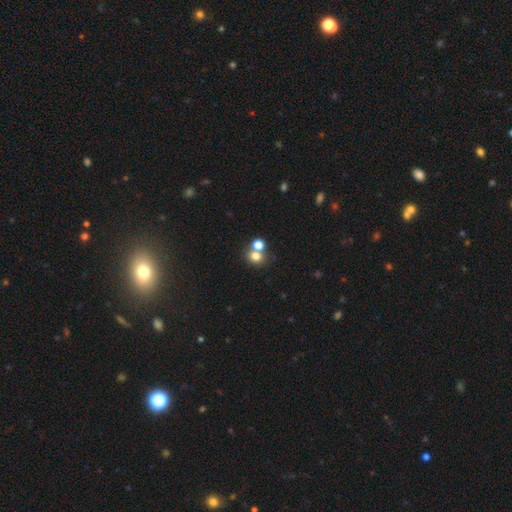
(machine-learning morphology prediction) A smooth galaxy with no disk features (74%) that is round (74%). Merging: none (48%).